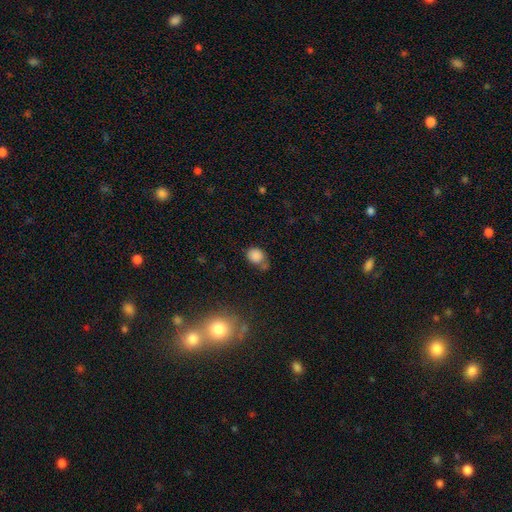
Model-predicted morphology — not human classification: Smooth or featured: smooth — 83% (star or artifact — 11%)
How rounded: round — 57% (in between — 41%)
Merging: none — 48% (minor disturbance — 28%)